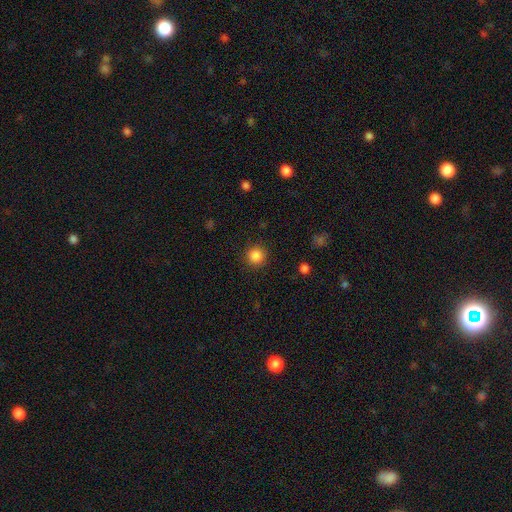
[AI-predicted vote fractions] This is clearly a smooth galaxy (86%). How rounded: clearly round (94%). Merging: clearly none (90%).